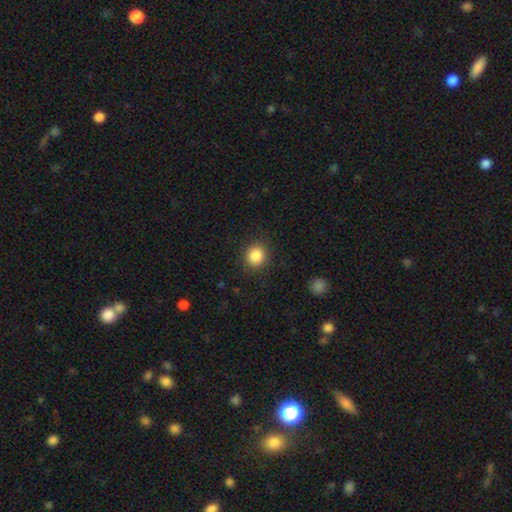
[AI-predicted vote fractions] Morphology: type=smooth (86%); roundness=round (85%); merging=none (89%).